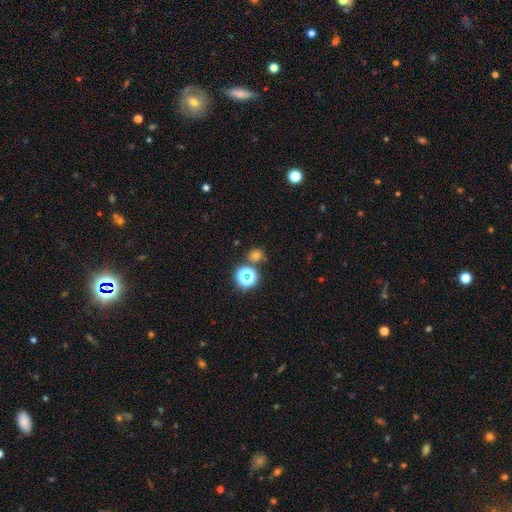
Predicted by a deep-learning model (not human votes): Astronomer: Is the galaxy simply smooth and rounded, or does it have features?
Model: smooth — 61%.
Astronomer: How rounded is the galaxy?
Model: round — 86%.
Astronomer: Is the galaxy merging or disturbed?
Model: none — 77%.